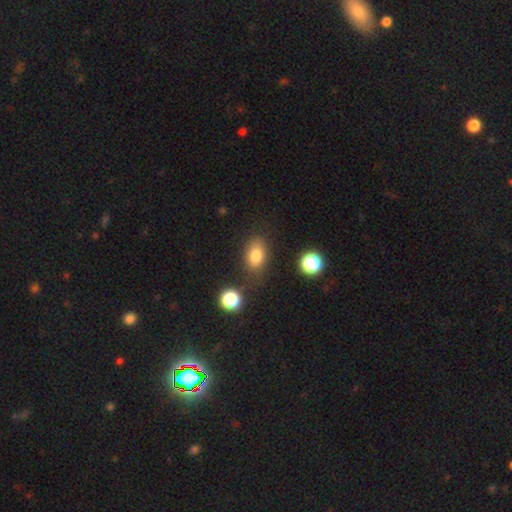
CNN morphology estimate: This is clearly a smooth galaxy (80%). How rounded: clearly in between (82%). Merging: likely none (75%).